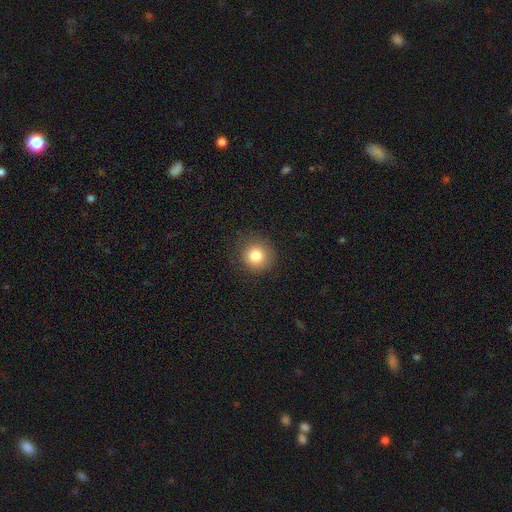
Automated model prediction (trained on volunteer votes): A smooth galaxy with no disk features (81%) that is round (94%).

Vote fractions:
- Smooth or featured? smooth: 81% / star or artifact: 11% / featured or disk: 8%
- How rounded? round: 94% / in between: 6% / cigar-shaped: 1%
- Merging? none: 88% / minor disturbance: 8% / major disturbance: 3% / merger: 1%